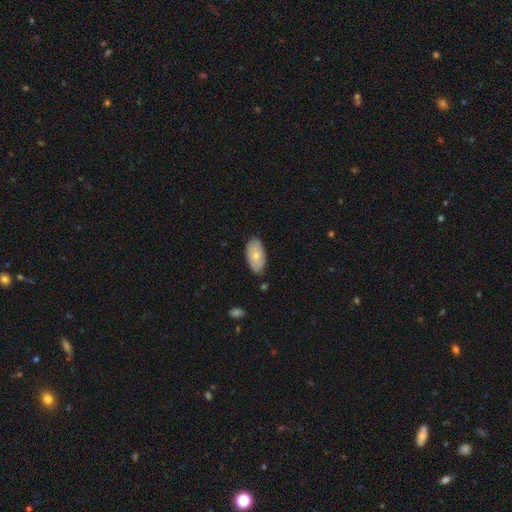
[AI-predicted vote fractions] Overall: smooth (63%; featured or disk 31%). How rounded: in between (94%). Merging: none (77%).